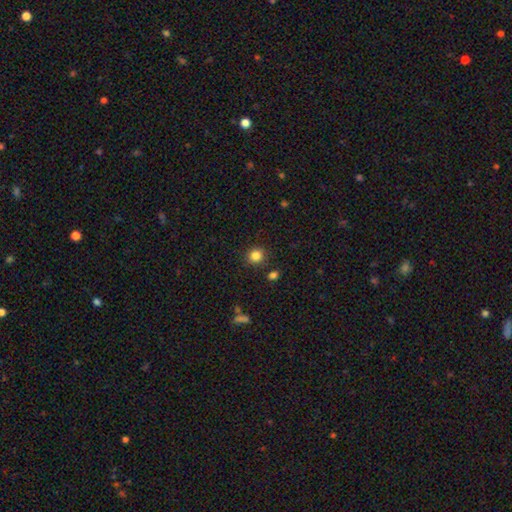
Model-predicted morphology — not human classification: Overall: smooth (83%). How rounded: round (88%). Merging: none (87%).